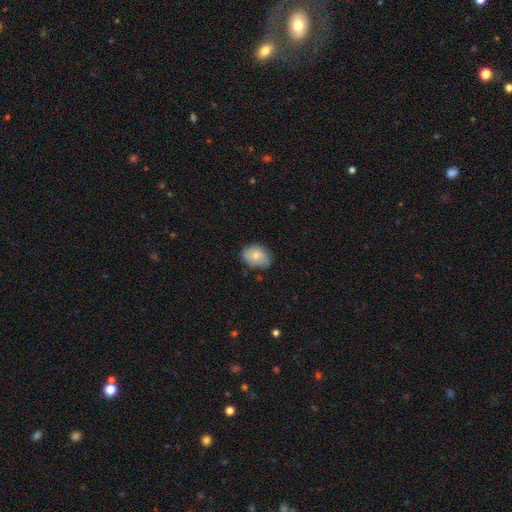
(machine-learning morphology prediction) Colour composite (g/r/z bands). It shows a smooth galaxy with no disk features (75%) that is in between round and cigar-shaped (71%). Merging: none (74%).